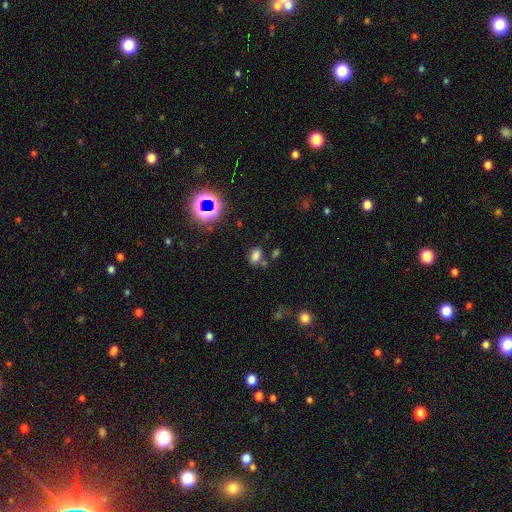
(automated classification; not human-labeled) This is likely a smooth galaxy (70%). How rounded: clearly in between (81%). Merging: likely none (65%).